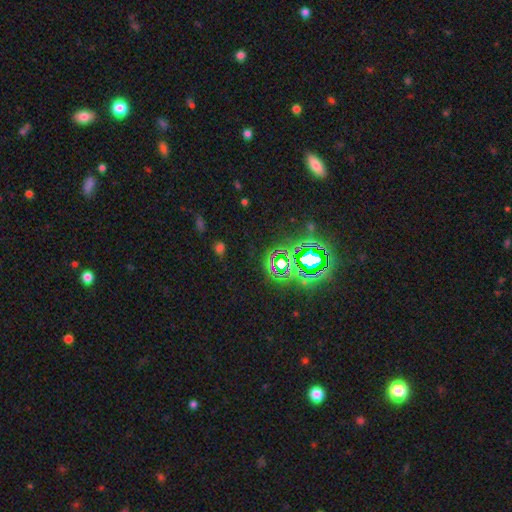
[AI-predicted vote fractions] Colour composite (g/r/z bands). It shows a star or artifact, not a galaxy (74%).